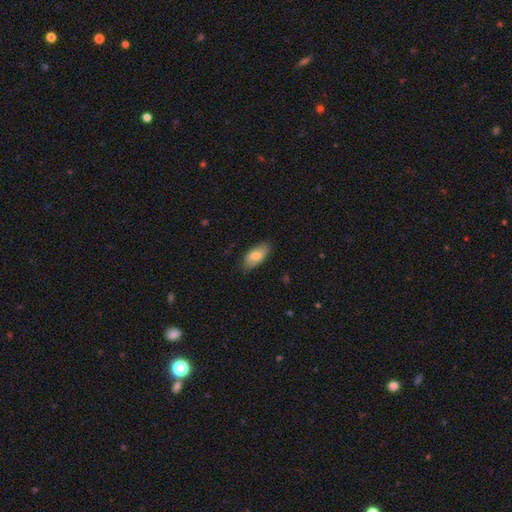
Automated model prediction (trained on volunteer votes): Smooth or featured? Predicted: smooth (p=0.80). How rounded? Predicted: in between (p=0.91). Merging? Predicted: none (p=0.78).